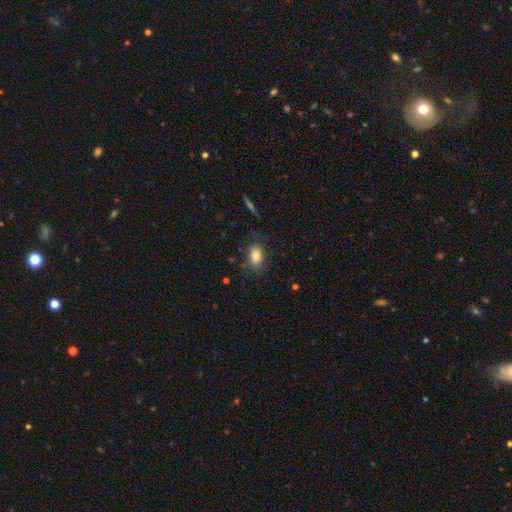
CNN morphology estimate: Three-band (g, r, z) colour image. It shows a smooth galaxy with no disk features (83%) that is in between round and cigar-shaped (86%). Merging: none (76%).